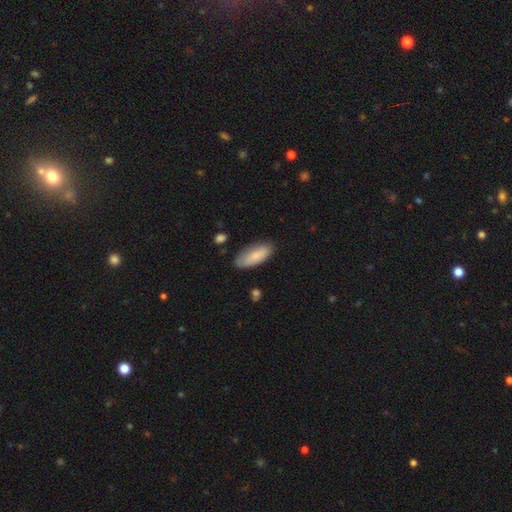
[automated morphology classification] This appears to be a smooth galaxy with no disk features (81%) that is in between round and cigar-shaped (82%). Merging: none (77%).